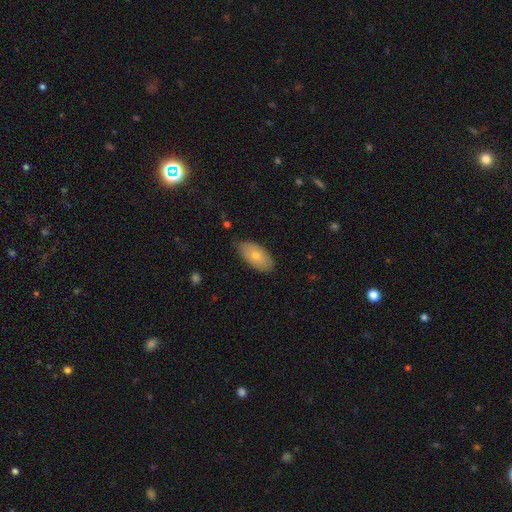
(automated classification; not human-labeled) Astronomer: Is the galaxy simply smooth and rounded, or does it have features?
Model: smooth — 72%.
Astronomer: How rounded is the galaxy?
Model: in between — 93%.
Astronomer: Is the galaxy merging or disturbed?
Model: none — 80%.